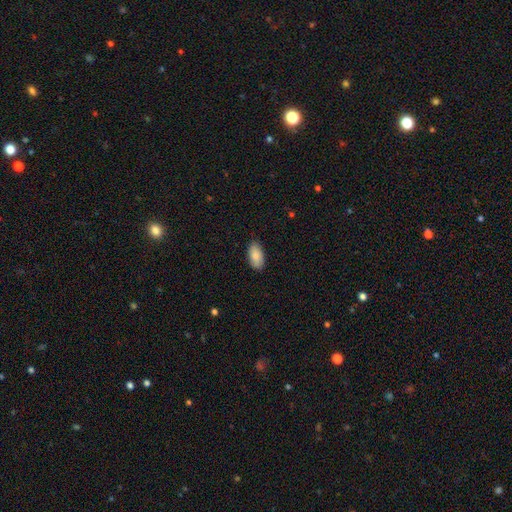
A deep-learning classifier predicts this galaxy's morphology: Smooth or featured? smooth (86%)
How rounded? in between (94%)
Merging? none (84%)